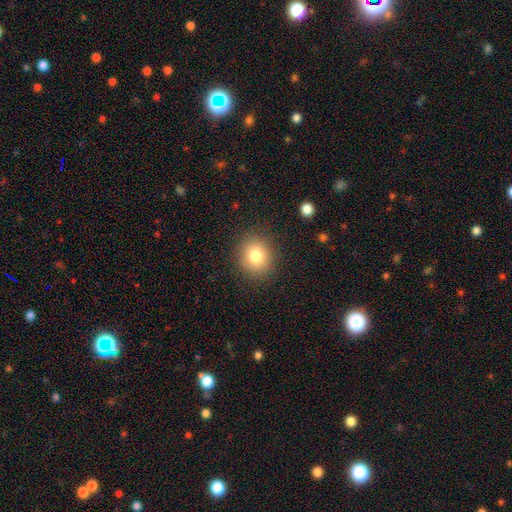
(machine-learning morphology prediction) Smooth or featured?
  - smooth: 80% *
  - star or artifact: 11%
  - featured or disk: 9%
How rounded?
  - round: 78% *
  - in between: 21%
  - cigar-shaped: 1%
Merging?
  - none: 88% *
  - minor disturbance: 8%
  - major disturbance: 3%
  - merger: 1%